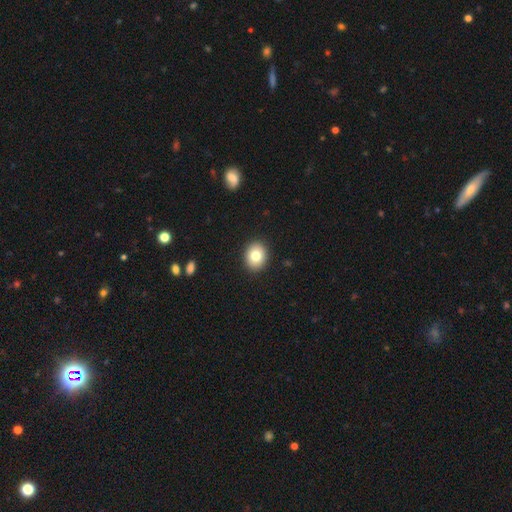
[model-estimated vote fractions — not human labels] This is likely a smooth galaxy (80%). How rounded: possibly round (53%). Merging: clearly none (91%).